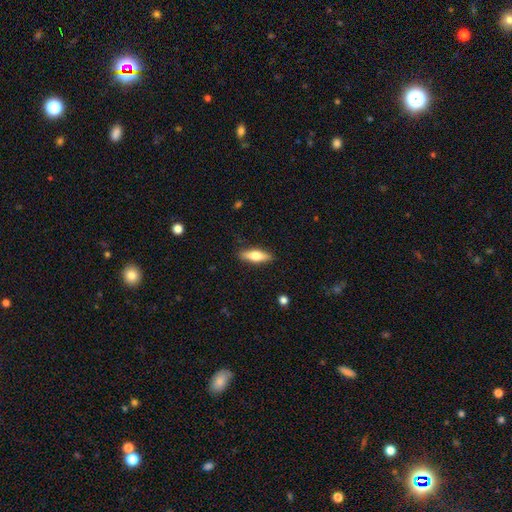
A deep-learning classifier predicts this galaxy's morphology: This appears to be a smooth galaxy with no disk features (60%) that is in between round and cigar-shaped (49%, tied with cigar-shaped). Merging: none (88%).